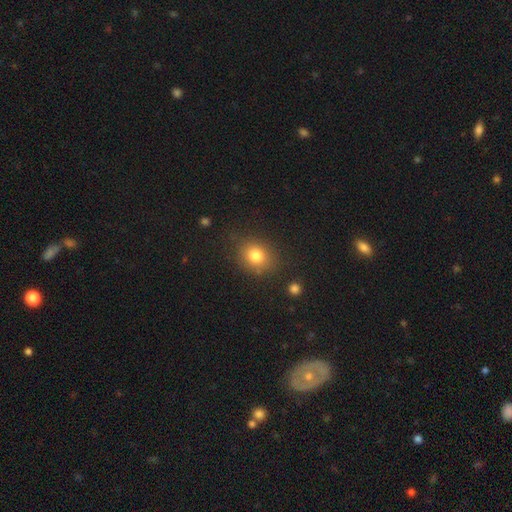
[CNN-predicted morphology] smooth-or-featured: smooth: 80% | star or artifact: 12% | featured or disk: 8%
  how-rounded: round: 64% | in between: 35% | cigar-shaped: 1%
  merging: none: 80% | minor disturbance: 13% | major disturbance: 4% | merger: 3%